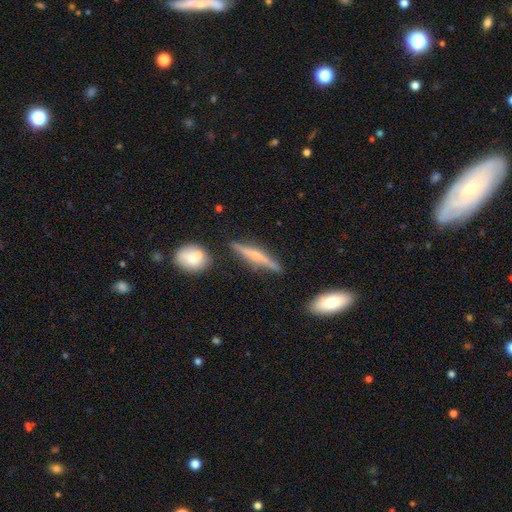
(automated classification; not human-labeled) Smooth or featured: featured or disk — 60% (smooth — 33%)
Edge-on disk: yes — 96% (no — 4%)
Edge-on bulge: rounded — 68% (none — 20%)
Merging: none — 83% (minor disturbance — 11%)